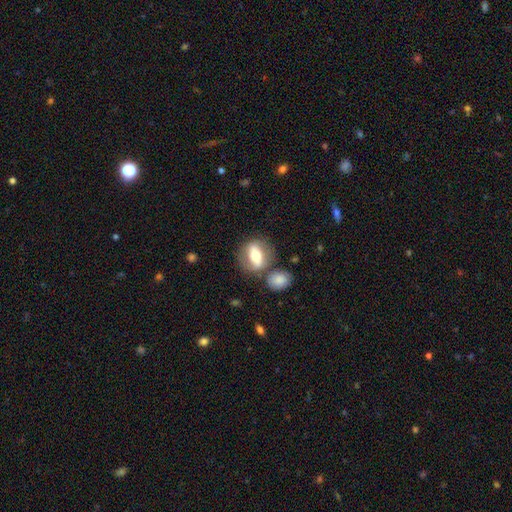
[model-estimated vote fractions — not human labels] smooth_or_featured: smooth (p=0.48) [alt: featured or disk p=0.45]
merging: none (p=0.66) [alt: merger p=0.14]